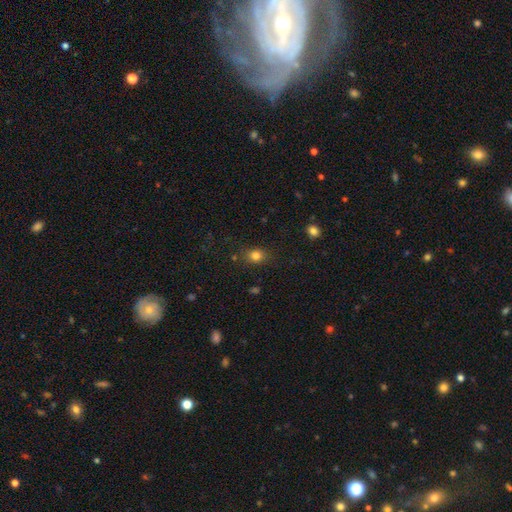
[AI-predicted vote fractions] smooth 81%, star or artifact 13%, featured or disk 6%. Down the decision tree: how rounded — round (56%); merging — none (80%).